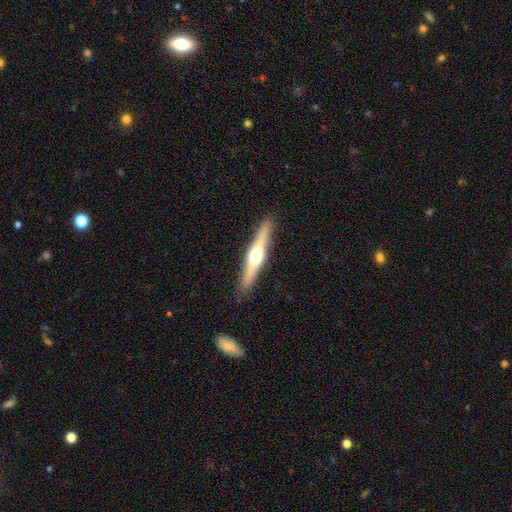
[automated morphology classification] A featured or disk galaxy (68%) viewed edge-on (97%) with a rounded central bulge (94%).

Vote fractions:
- Smooth or featured? featured or disk: 68% / smooth: 27% / star or artifact: 5%
- Edge-on disk? yes: 97% / no: 3%
- Edge-on bulge? rounded: 94% / boxy: 3% / none: 3%
- Merging? none: 90% / minor disturbance: 7% / major disturbance: 2% / merger: 1%